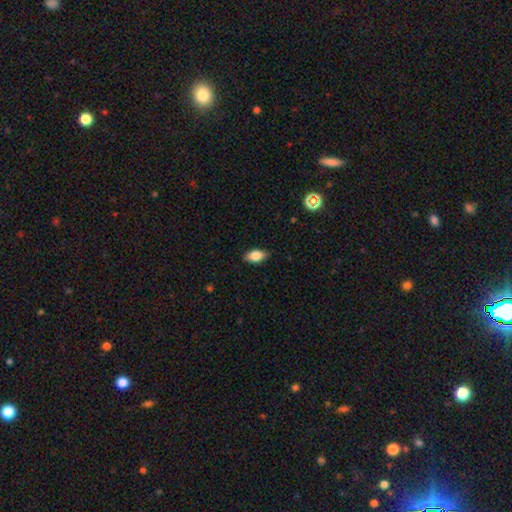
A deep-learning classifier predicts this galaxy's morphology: smooth 78%, featured or disk 14%, star or artifact 8%. Down the decision tree: how rounded — in between (88%); merging — none (86%).